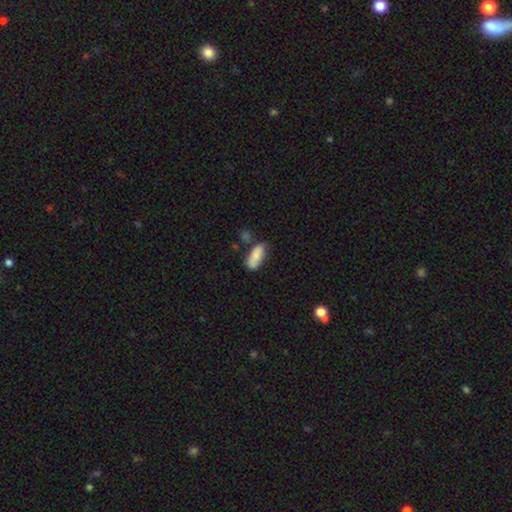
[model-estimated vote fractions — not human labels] A smooth galaxy with no disk features (83%) that is in between round and cigar-shaped (77%). Merging: none (54%).